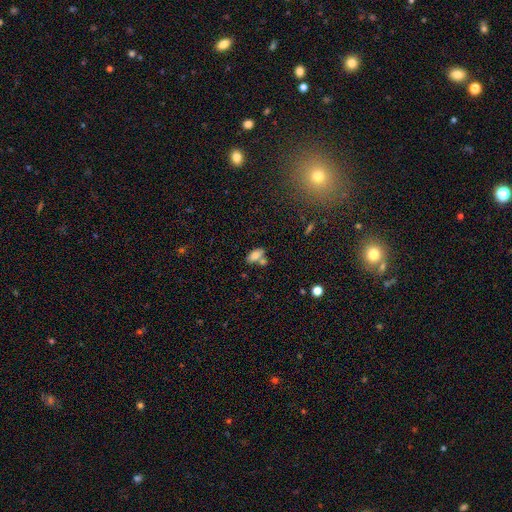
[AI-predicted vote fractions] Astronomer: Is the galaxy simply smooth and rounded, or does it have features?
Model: smooth — 80%.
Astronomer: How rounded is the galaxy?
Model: in between — 89%.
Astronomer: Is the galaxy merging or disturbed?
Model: none — 48% (runner-up: merger, 34%).